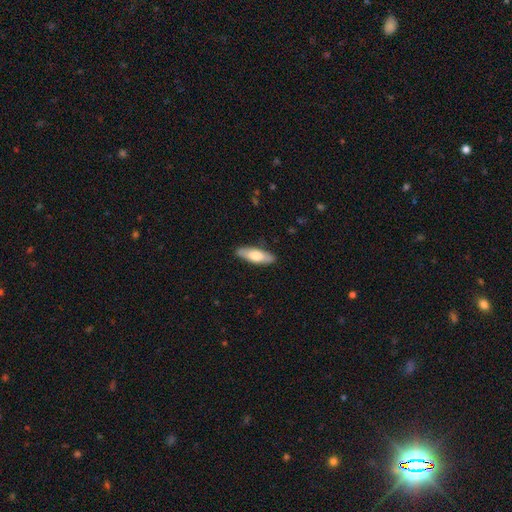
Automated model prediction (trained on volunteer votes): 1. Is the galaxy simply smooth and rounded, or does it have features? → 65% smooth, 30% featured or disk, 5% star or artifact.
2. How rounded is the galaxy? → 52% in between, 46% cigar-shaped, 2% round.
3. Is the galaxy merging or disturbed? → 88% none, 9% minor disturbance, 2% major disturbance, 1% merger.